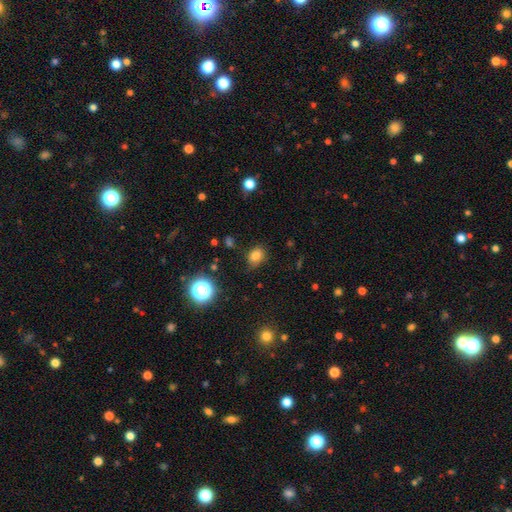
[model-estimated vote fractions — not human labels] A smooth galaxy with no disk features (79%) that is in between round and cigar-shaped (57%).

Vote fractions:
- Smooth or featured? smooth: 79% / star or artifact: 15% / featured or disk: 7%
- How rounded? in between: 57% / round: 42% / cigar-shaped: 1%
- Merging? none: 75% / minor disturbance: 19% / major disturbance: 4% / merger: 2%